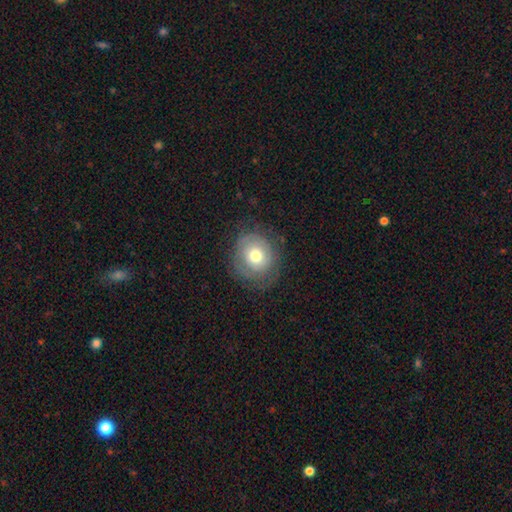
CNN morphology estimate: Smooth or featured: smooth — 62% (featured or disk — 28%)
How rounded: round — 81% (in between — 18%)
Merging: none — 71% (minor disturbance — 18%)